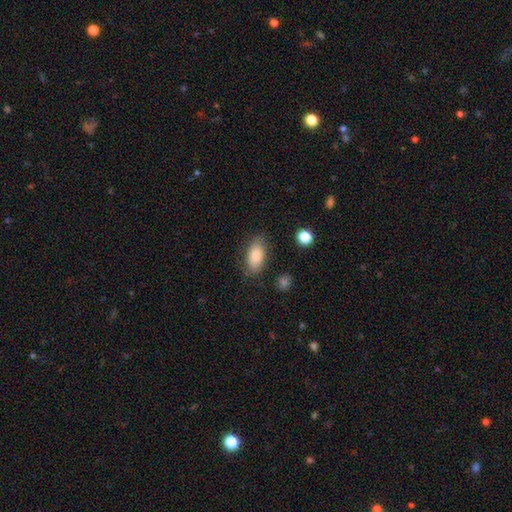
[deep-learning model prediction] smooth_or_featured: smooth (p=0.79) [alt: featured or disk p=0.13]
how_rounded: in between (p=0.90) [alt: cigar-shaped p=0.06]
merging: none (p=0.78) [alt: minor disturbance p=0.15]